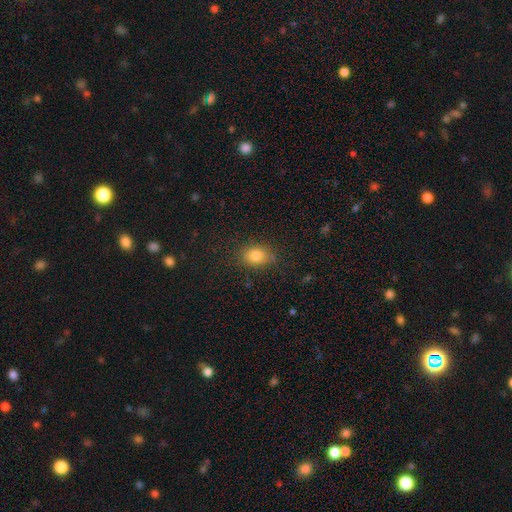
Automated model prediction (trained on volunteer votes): Smooth or featured? Predicted: smooth (p=0.81). How rounded? Predicted: in between (p=0.63). Merging? Predicted: none (p=0.82).